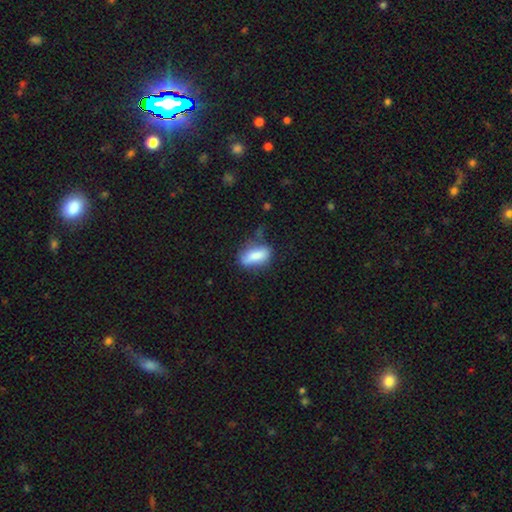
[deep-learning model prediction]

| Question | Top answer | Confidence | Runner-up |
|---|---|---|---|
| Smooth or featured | smooth | 76% | featured or disk (17%) |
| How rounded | in between | 78% | cigar-shaped (18%) |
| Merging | none | 57% | minor disturbance (29%) |